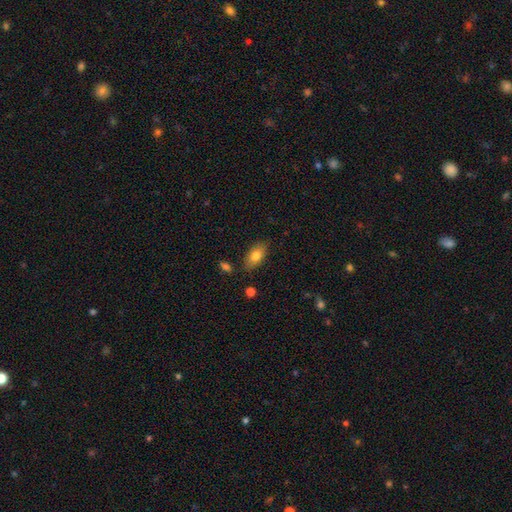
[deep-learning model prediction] A smooth galaxy with no disk features (79%) that is in between round and cigar-shaped (89%).

Vote fractions:
- Smooth or featured? smooth: 79% / featured or disk: 14% / star or artifact: 7%
- How rounded? in between: 89% / cigar-shaped: 6% / round: 5%
- Merging? none: 81% / minor disturbance: 13% / major disturbance: 3% / merger: 2%